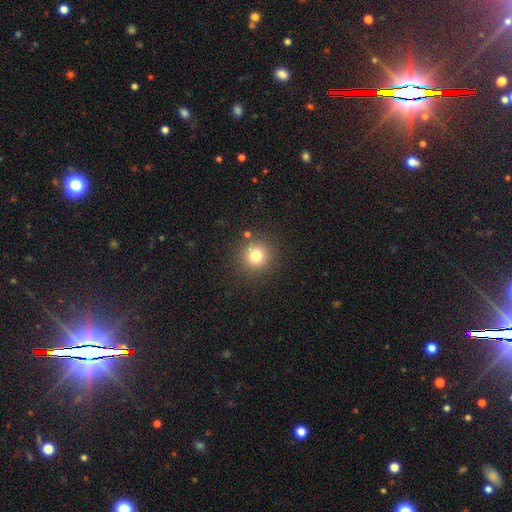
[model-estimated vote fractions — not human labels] smooth_or_featured: smooth (p=0.79) [alt: star or artifact p=0.14]
how_rounded: round (p=0.94) [alt: in between p=0.05]
merging: none (p=0.88) [alt: minor disturbance p=0.06]